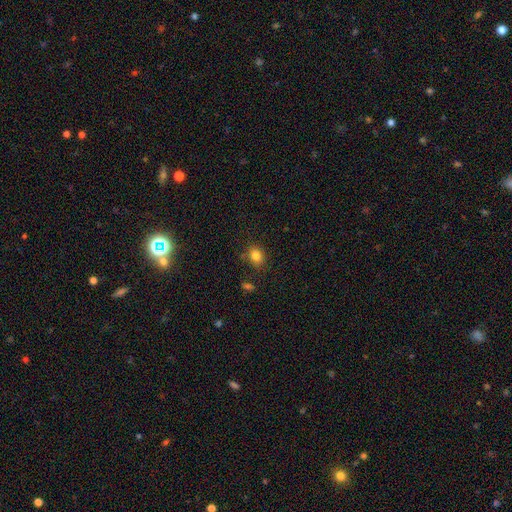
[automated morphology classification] Smooth or featured?
  - smooth: 82% *
  - star or artifact: 11%
  - featured or disk: 6%
How rounded?
  - round: 51% *
  - in between: 48%
  - cigar-shaped: 1%
Merging?
  - none: 81% *
  - minor disturbance: 13%
  - merger: 3%
  - major disturbance: 3%